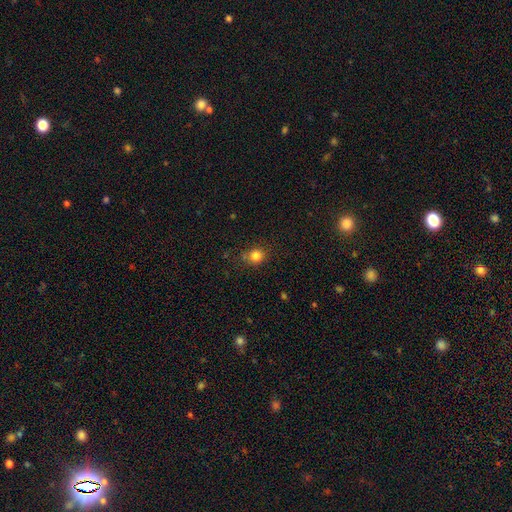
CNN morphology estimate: Smooth or featured? smooth (82%)
How rounded? round (78%)
Merging? none (77%)